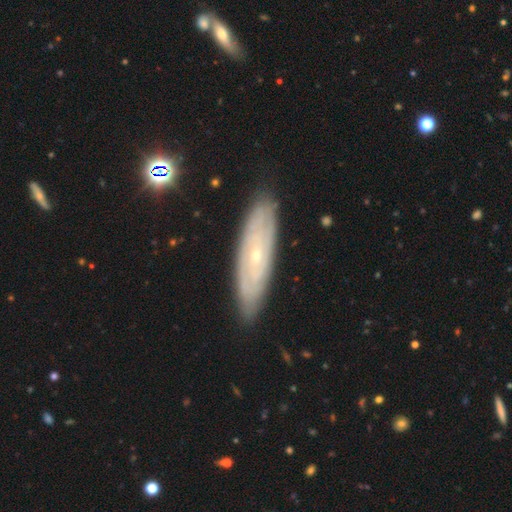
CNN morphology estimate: smooth_or_featured: featured or disk (p=0.73) [alt: smooth p=0.20]
disk_edge_on: no (p=0.77) [alt: yes p=0.23]
bar: no (p=0.80) [alt: weak p=0.16]
has_spiral_arms: yes (p=0.77) [alt: no p=0.23]
bulge_size: small (p=0.82) [alt: moderate p=0.15]
merging: none (p=0.84) [alt: minor disturbance p=0.12]